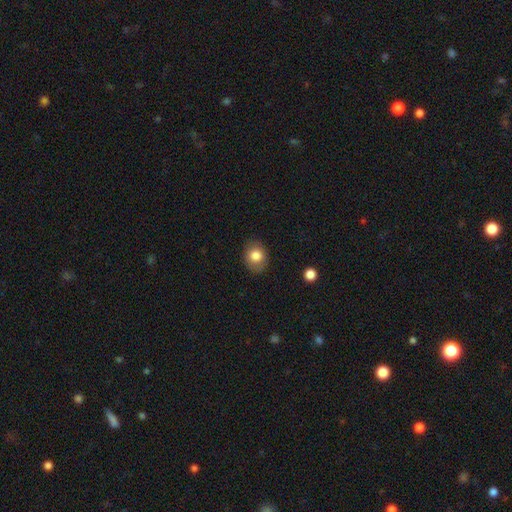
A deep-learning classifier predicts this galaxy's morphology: A smooth galaxy with no disk features (81%) that is round (60%).

Vote fractions:
- Smooth or featured? smooth: 81% / featured or disk: 10% / star or artifact: 9%
- How rounded? round: 60% / in between: 39% / cigar-shaped: 1%
- Merging? none: 83% / minor disturbance: 12% / major disturbance: 3% / merger: 1%